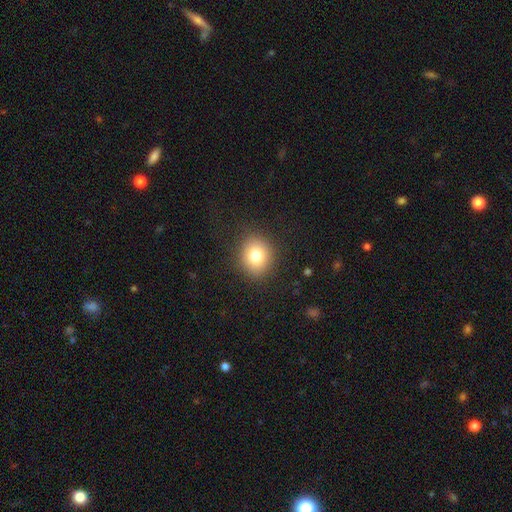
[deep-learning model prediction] The model was most divided on "how rounded": round: 78%, in between: 21%, cigar-shaped: 1%. More confident: merging — none (88%); smooth or featured — smooth (79%).